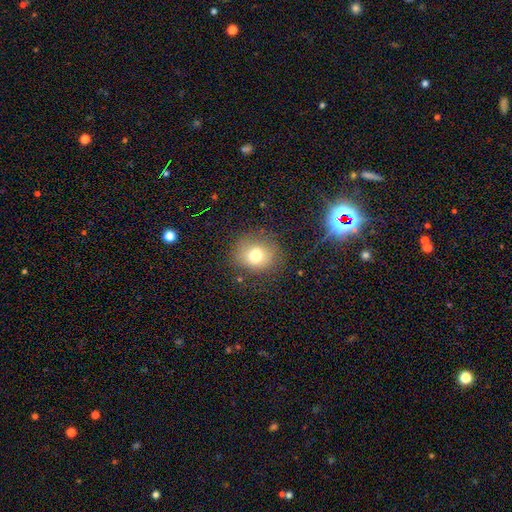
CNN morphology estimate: This appears to be a smooth galaxy with no disk features (74%) that is round (73%). Merging: none (76%).